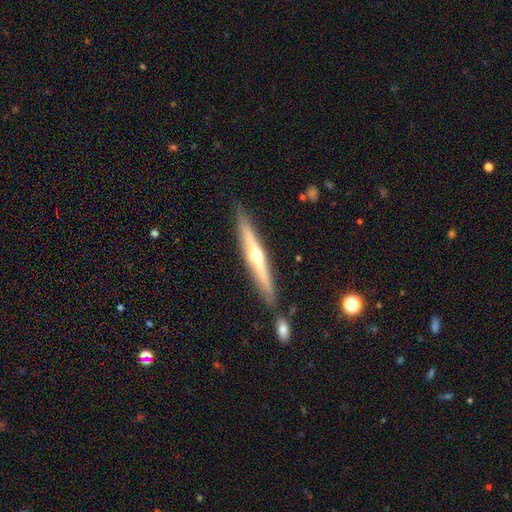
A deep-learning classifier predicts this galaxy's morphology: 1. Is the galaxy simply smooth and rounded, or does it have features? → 72% featured or disk, 22% smooth, 6% star or artifact.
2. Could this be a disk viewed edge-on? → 97% yes, 3% no.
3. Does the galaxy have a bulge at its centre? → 89% rounded, 8% none, 3% boxy.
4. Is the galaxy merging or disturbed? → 85% none, 9% minor disturbance, 4% merger, 2% major disturbance.